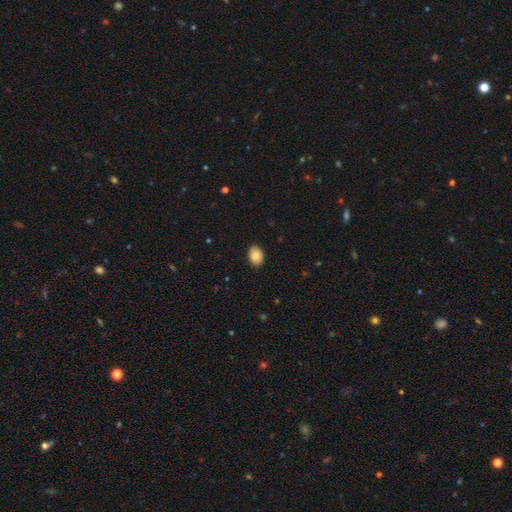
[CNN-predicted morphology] smooth-or-featured: smooth: 89% | star or artifact: 7% | featured or disk: 4%
  how-rounded: in between: 79% | round: 20% | cigar-shaped: 1%
  merging: none: 89% | minor disturbance: 9% | major disturbance: 2% | merger: 1%